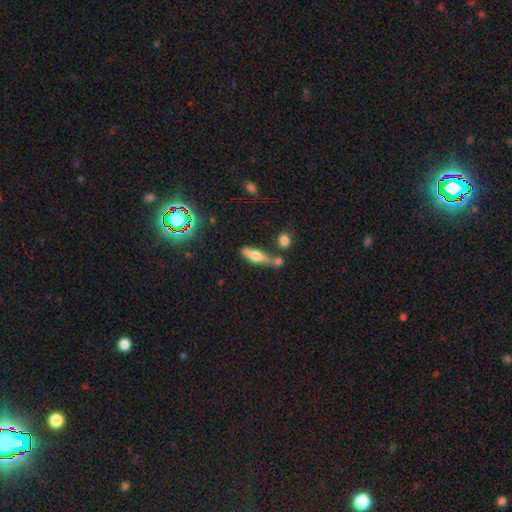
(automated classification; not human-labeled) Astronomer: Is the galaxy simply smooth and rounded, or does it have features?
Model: smooth — 52% (runner-up: featured or disk, 38%).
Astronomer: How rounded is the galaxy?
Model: cigar-shaped — 57% (runner-up: in between, 40%).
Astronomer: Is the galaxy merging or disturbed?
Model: none — 58%.